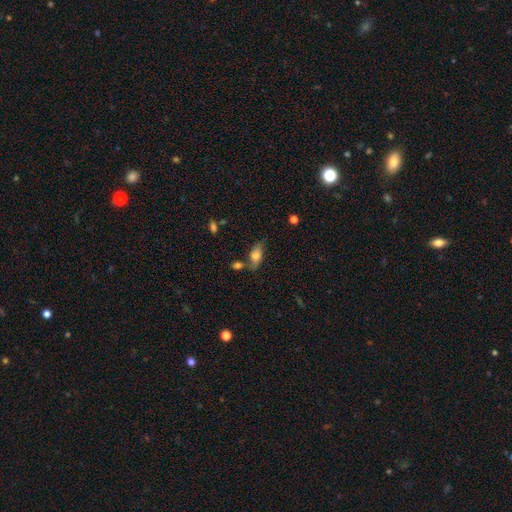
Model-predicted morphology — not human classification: type=smooth (65%); roundness=in between (84%); merging=none (54%).